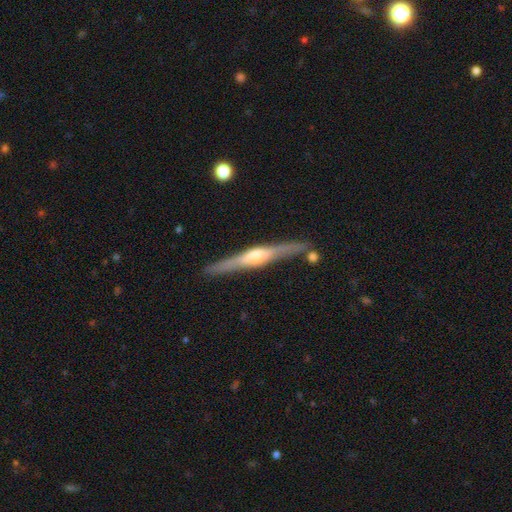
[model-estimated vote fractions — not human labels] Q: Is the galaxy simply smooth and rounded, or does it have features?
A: featured or disk — 78%.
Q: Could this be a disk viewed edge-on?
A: yes — 97%.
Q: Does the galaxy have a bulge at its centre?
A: rounded — 79%.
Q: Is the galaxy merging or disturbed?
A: none — 85%.